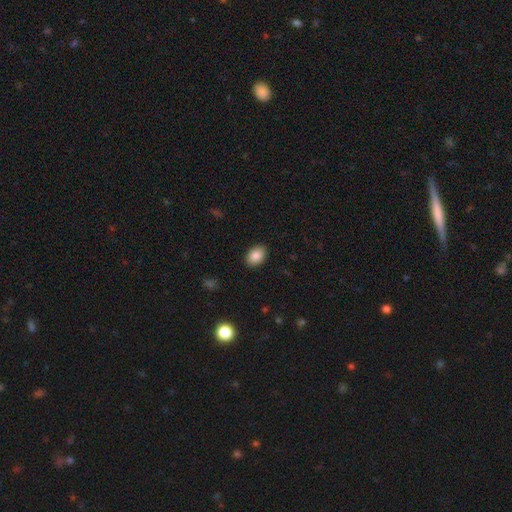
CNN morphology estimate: A smooth galaxy with no disk features (87%) that is in between round and cigar-shaped (81%). Merging: none (89%).